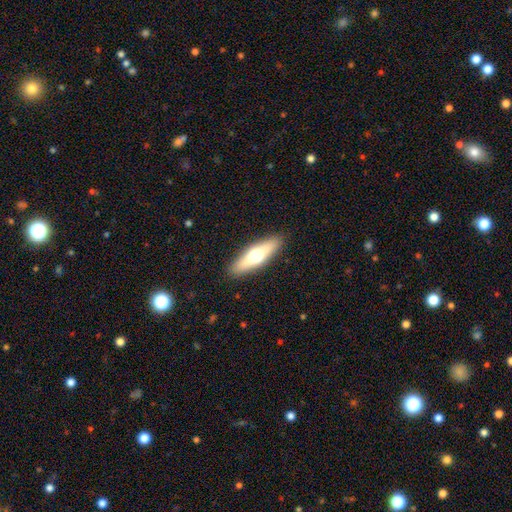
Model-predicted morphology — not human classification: Smooth or featured? Predicted: smooth (p=0.51). How rounded? Predicted: cigar-shaped (p=0.59). Merging? Predicted: none (p=0.89).